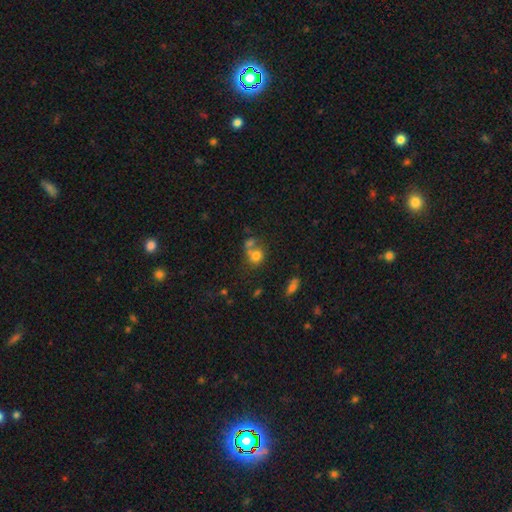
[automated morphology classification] type=smooth (73%); roundness=round (74%); merging=merger (45%).